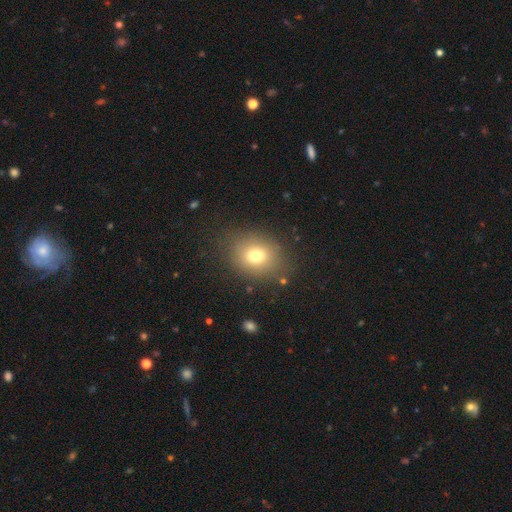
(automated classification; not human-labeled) This is likely a smooth galaxy (73%). How rounded: possibly round (57%). Merging: clearly none (80%).